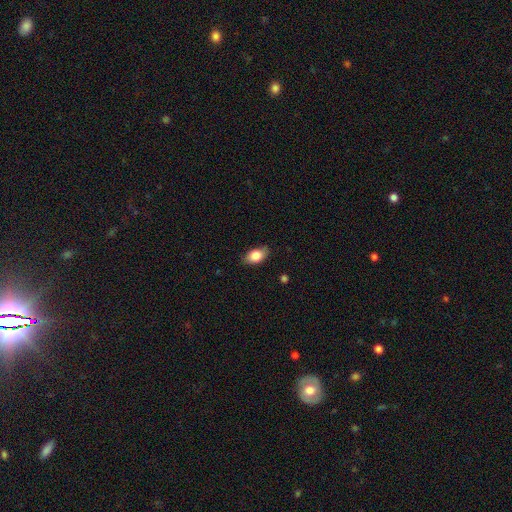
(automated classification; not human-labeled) This appears to be a smooth galaxy with no disk features (83%) that is in between round and cigar-shaped (88%). Merging: none (81%).